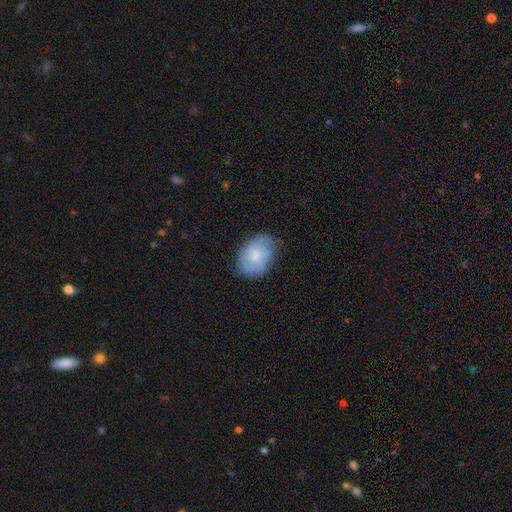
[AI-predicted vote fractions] smooth_or_featured: smooth (p=0.64) [alt: featured or disk p=0.30]
how_rounded: in between (p=0.79) [alt: round p=0.20]
merging: none (p=0.70) [alt: minor disturbance p=0.24]